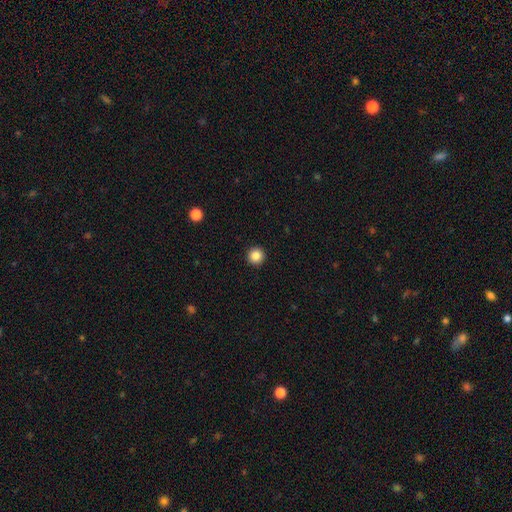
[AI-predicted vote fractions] A smooth galaxy with no disk features (86%) that is round (96%). Merging: none (94%).